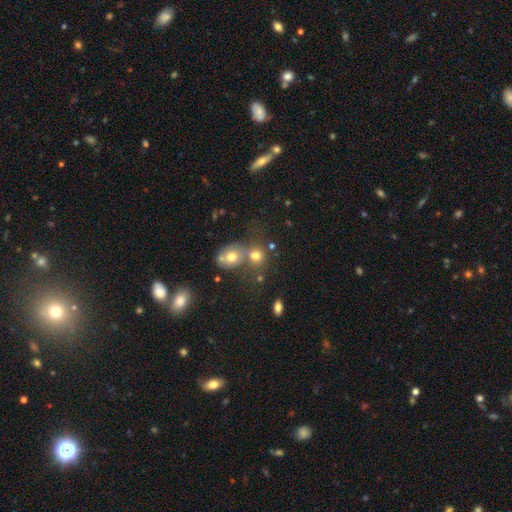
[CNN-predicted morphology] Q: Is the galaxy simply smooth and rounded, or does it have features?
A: smooth — 72%.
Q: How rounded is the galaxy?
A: round — 75%.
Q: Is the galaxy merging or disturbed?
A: merger — 45%.